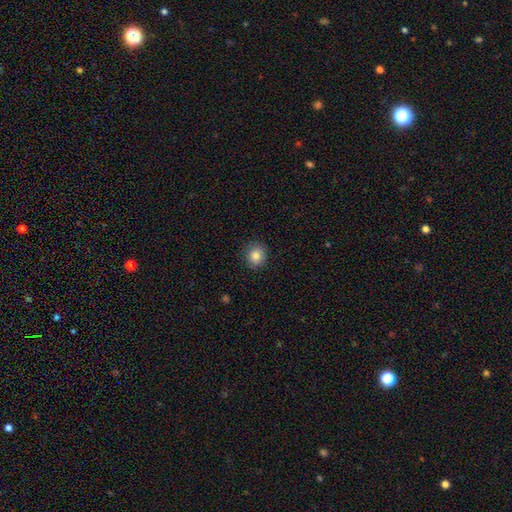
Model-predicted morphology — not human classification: A smooth galaxy with no disk features (83%) that is round (82%). Merging: none (87%).